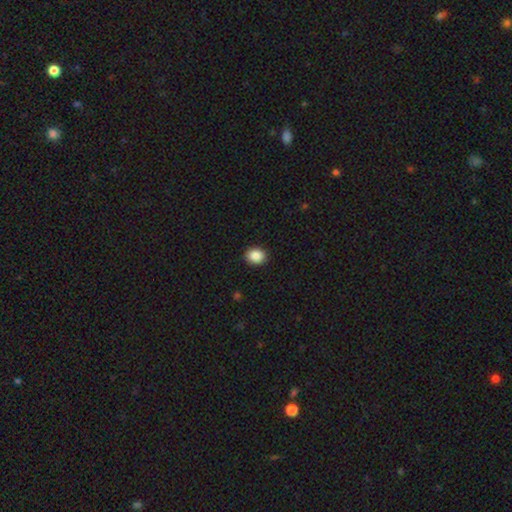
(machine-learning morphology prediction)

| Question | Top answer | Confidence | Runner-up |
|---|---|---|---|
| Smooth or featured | smooth | 88% | star or artifact (9%) |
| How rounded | round | 57% | in between (42%) |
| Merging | none | 91% | minor disturbance (6%) |